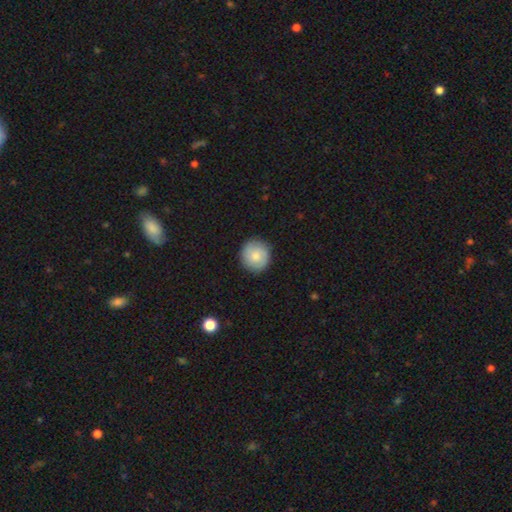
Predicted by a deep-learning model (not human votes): Morphology: type=smooth (76%); roundness=round (92%); merging=none (89%).